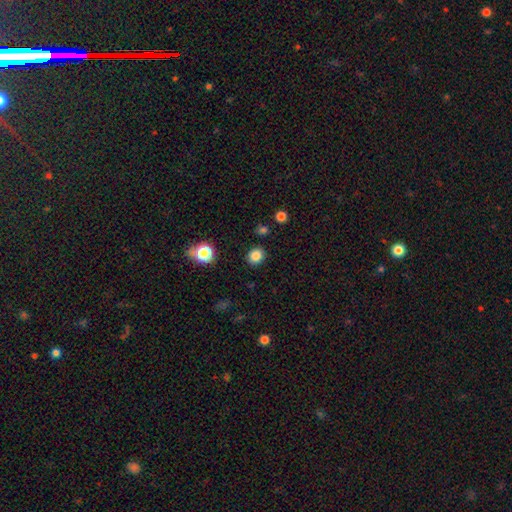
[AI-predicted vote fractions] This appears to be a smooth galaxy with no disk features (84%) that is round (77%). Merging: none (89%).